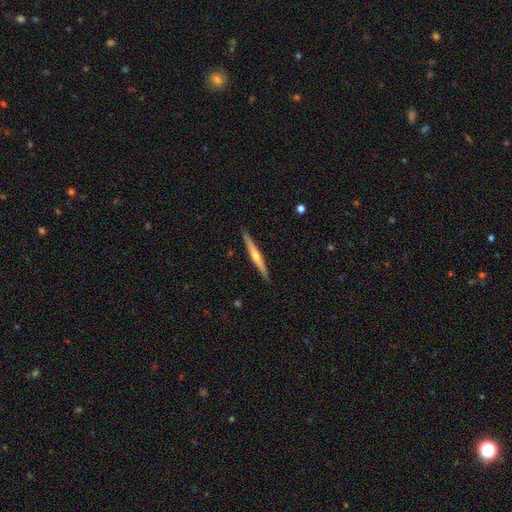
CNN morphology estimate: Smooth or featured? Predicted: featured or disk (p=0.64). Edge-on disk? Predicted: yes (p=0.97). Edge-on bulge? Predicted: rounded (p=0.82). Merging? Predicted: none (p=0.91).